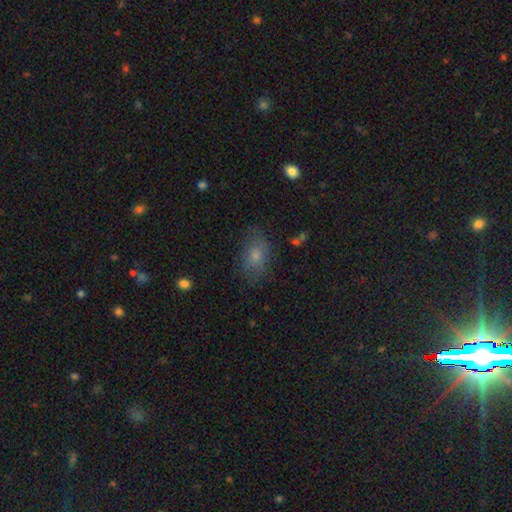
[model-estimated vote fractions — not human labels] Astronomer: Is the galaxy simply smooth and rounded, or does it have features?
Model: smooth — 74%.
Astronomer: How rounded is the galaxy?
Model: in between — 82%.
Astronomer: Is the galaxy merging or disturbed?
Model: none — 72%.